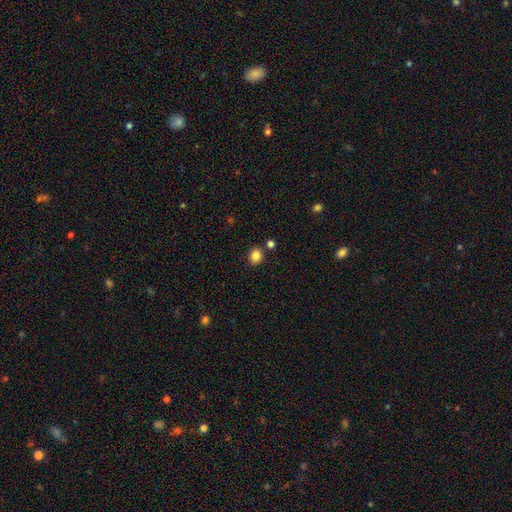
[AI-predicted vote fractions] This appears to be a smooth galaxy with no disk features (85%) that is round (66%). Merging: none (83%).